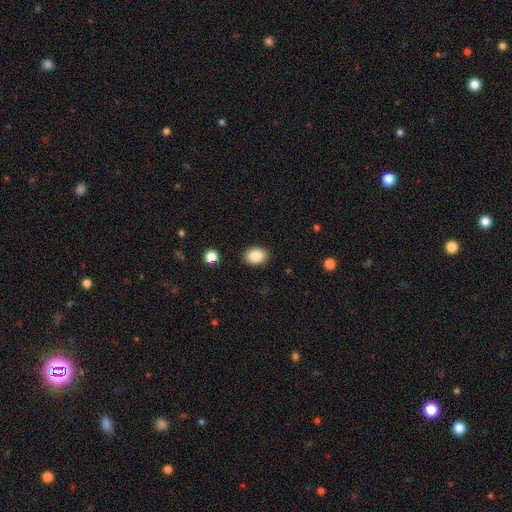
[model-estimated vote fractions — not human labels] smooth-or-featured: smooth: 86% | star or artifact: 8% | featured or disk: 5%
  how-rounded: in between: 70% | round: 29% | cigar-shaped: 1%
  merging: none: 89% | minor disturbance: 8% | major disturbance: 2% | merger: 1%